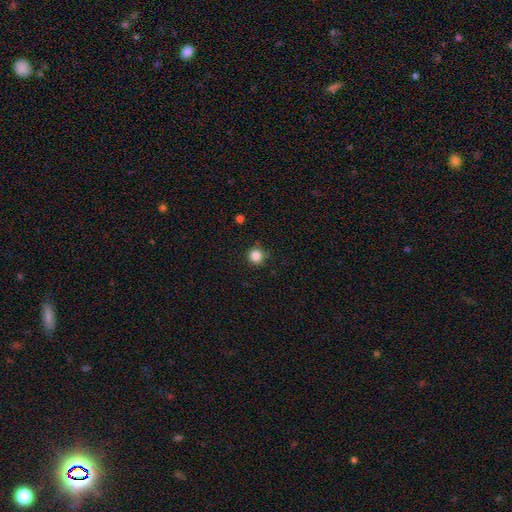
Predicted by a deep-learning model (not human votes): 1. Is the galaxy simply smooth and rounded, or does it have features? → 85% smooth, 11% star or artifact, 3% featured or disk.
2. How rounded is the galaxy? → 94% round, 5% in between, 1% cigar-shaped.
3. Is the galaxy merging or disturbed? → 84% none, 11% minor disturbance, 3% major disturbance, 1% merger.